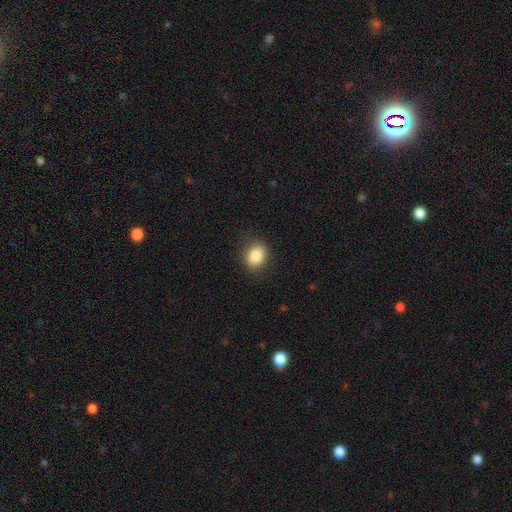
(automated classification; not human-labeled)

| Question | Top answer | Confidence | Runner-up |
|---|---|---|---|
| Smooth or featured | smooth | 85% | star or artifact (9%) |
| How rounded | round | 52% | in between (47%) |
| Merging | none | 87% | minor disturbance (9%) |